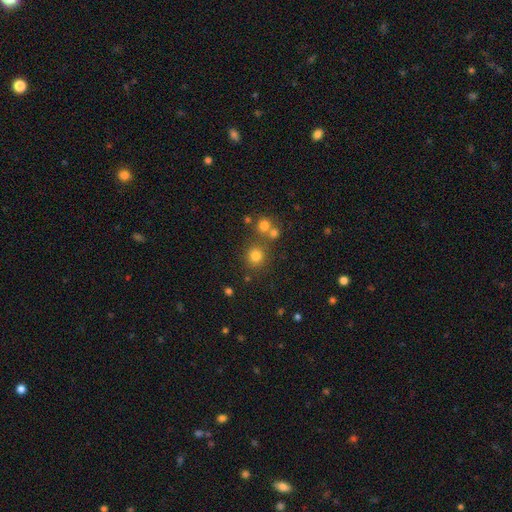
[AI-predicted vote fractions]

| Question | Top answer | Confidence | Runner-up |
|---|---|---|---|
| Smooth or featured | smooth | 77% | star or artifact (16%) |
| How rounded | round | 91% | in between (9%) |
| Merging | none | 76% | merger (13%) |